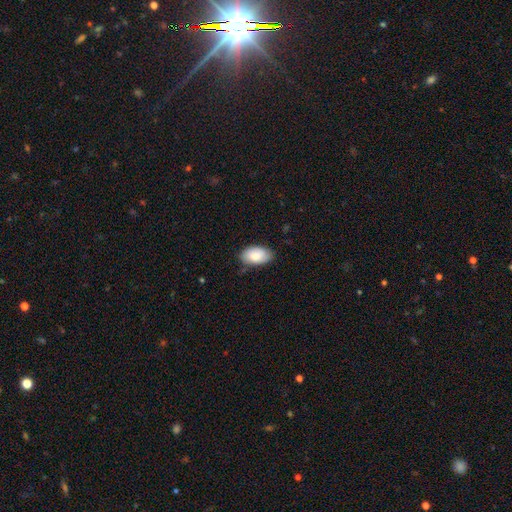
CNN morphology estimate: This appears to be a smooth galaxy with no disk features (84%) that is in between round and cigar-shaped (94%). Merging: none (76%).